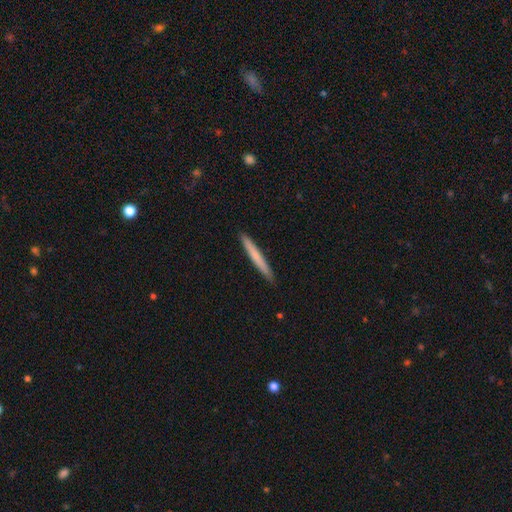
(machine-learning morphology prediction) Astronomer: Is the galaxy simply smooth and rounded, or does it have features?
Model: smooth — 65%.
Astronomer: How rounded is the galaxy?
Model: cigar-shaped — 97%.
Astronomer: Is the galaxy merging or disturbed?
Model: none — 91%.